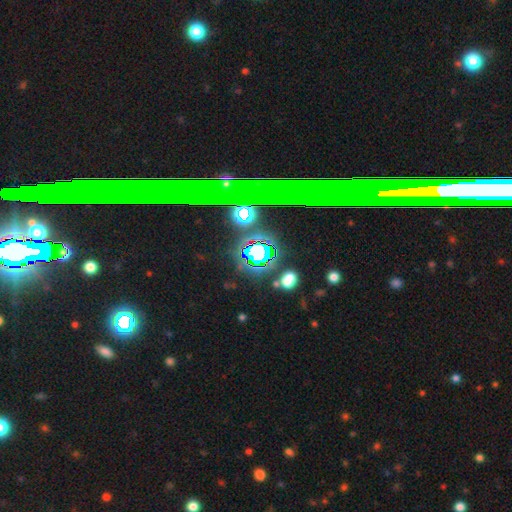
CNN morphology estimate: smooth_or_featured: star or artifact (p=0.70) [alt: featured or disk p=0.16]